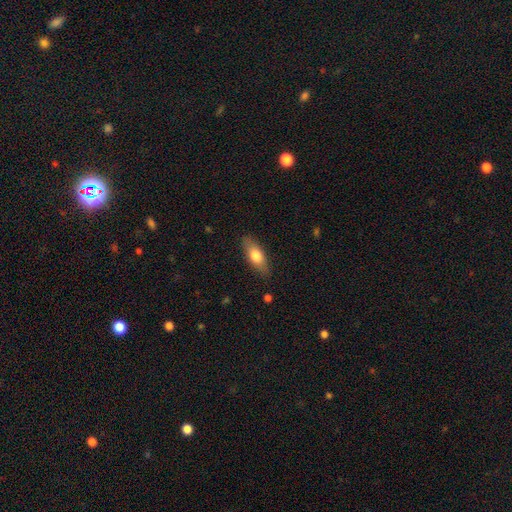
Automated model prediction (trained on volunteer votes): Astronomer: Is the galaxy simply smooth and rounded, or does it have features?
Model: smooth — 72%.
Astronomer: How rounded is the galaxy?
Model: in between — 69%.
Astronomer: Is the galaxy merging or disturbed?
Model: none — 84%.